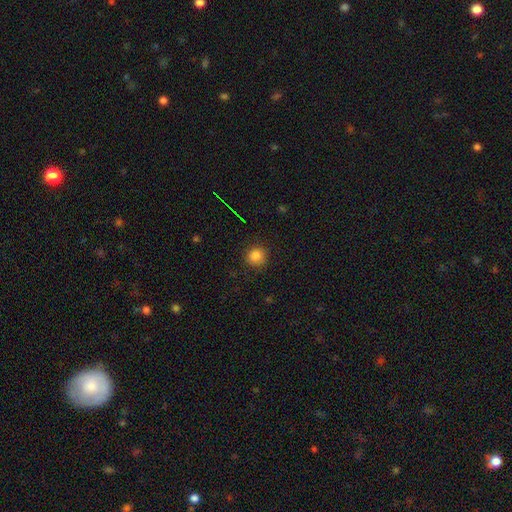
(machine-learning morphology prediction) Smooth or featured? Predicted: smooth (p=0.83). How rounded? Predicted: round (p=0.91). Merging? Predicted: none (p=0.87).